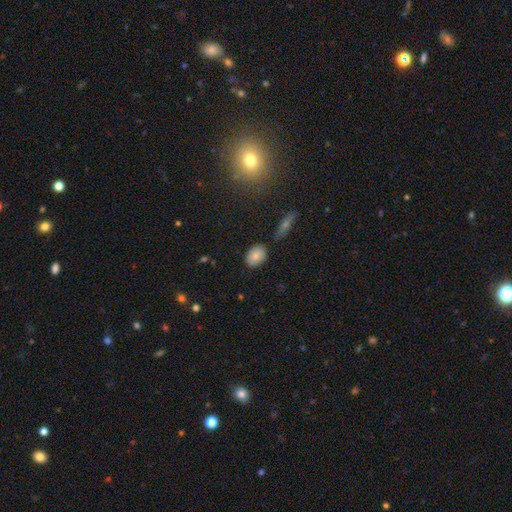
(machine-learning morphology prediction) Smooth or featured: smooth — 81% (featured or disk — 10%)
How rounded: in between — 76% (round — 22%)
Merging: none — 79% (minor disturbance — 14%)